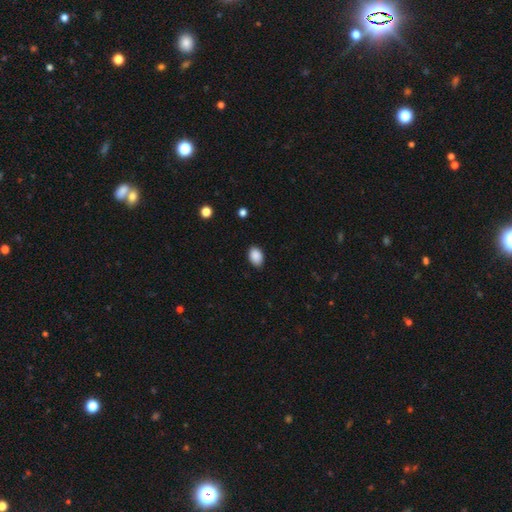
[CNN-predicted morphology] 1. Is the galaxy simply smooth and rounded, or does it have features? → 89% smooth, 8% star or artifact, 3% featured or disk.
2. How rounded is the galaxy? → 84% in between, 15% round, 1% cigar-shaped.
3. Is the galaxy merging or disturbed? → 85% none, 12% minor disturbance, 2% major disturbance, 1% merger.